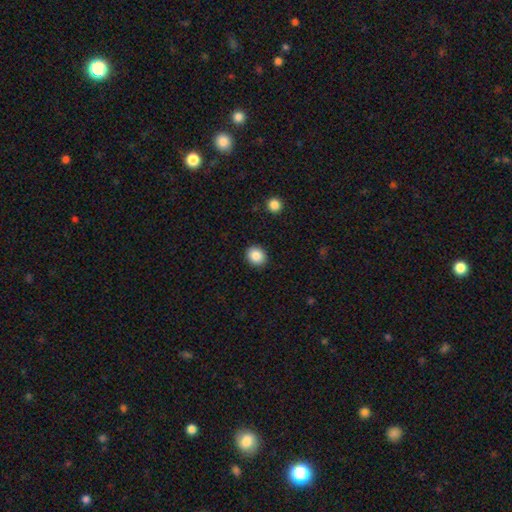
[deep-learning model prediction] Smooth or featured? Predicted: smooth (p=0.86). How rounded? Predicted: round (p=0.74). Merging? Predicted: none (p=0.91).